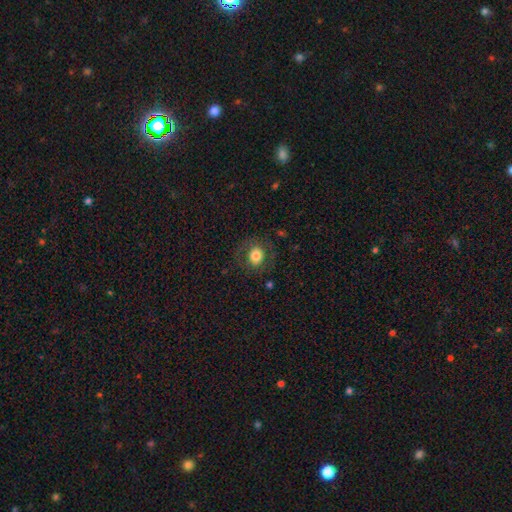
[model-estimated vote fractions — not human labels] A smooth galaxy with no disk features (71%) that is round (67%). Merging: none (78%).